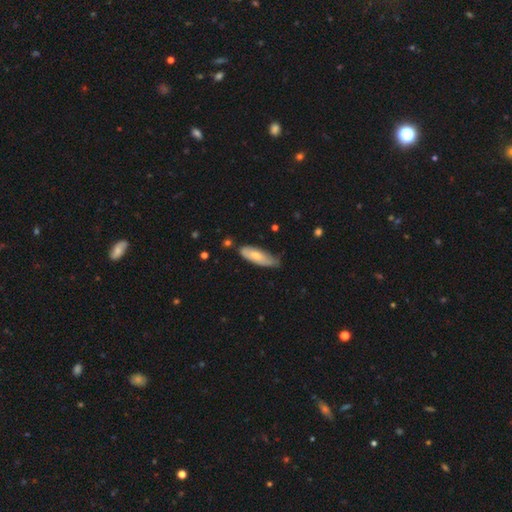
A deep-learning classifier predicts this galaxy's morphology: Overall: smooth (68%). How rounded: in between (58%; cigar-shaped 40%). Merging: none (51%; minor disturbance 38%).